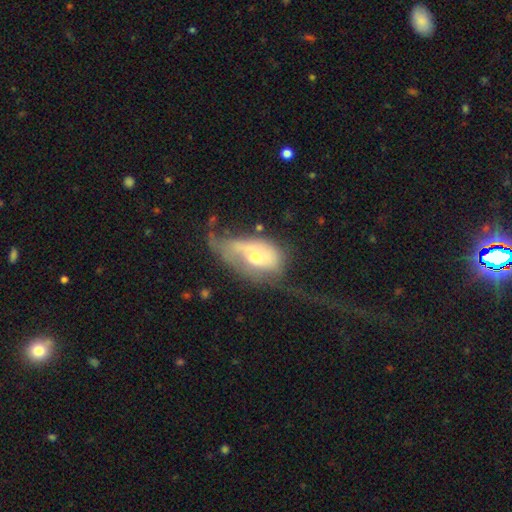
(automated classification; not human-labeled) Smooth or featured: featured or disk — 52% (smooth — 41%)
Edge-on disk: no — 91% (yes — 9%)
Merging: major disturbance — 52% (minor disturbance — 21%)